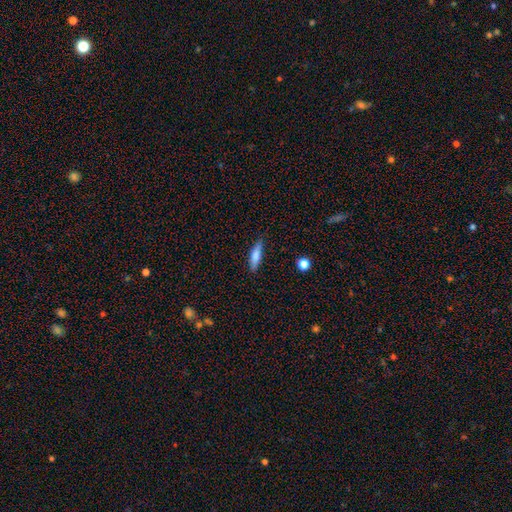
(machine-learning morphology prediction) type=smooth (75%); roundness=cigar-shaped (70%); merging=none (83%).